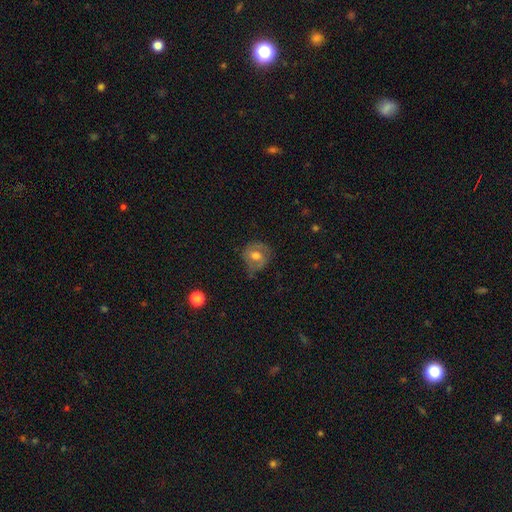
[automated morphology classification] Smooth or featured? smooth (54%)
How rounded? round (74%)
Merging? none (59%)